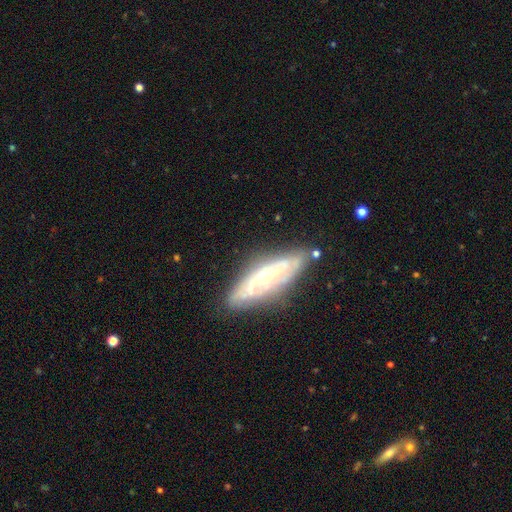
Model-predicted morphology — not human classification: This appears to be a featured or disk galaxy (72%). Merging: none (79%).